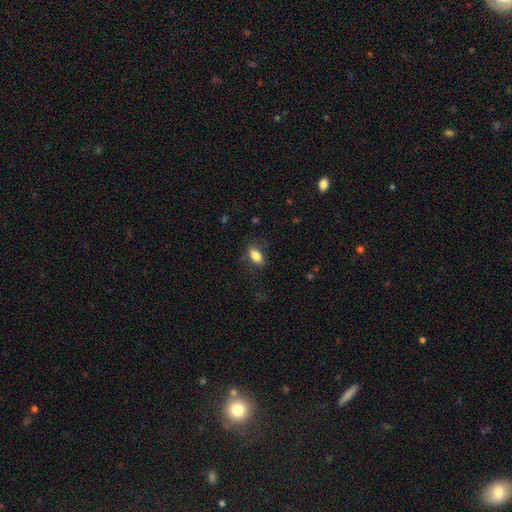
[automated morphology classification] smooth 84%, star or artifact 8%, featured or disk 8%. Down the decision tree: how rounded — in between (88%); merging — none (80%).